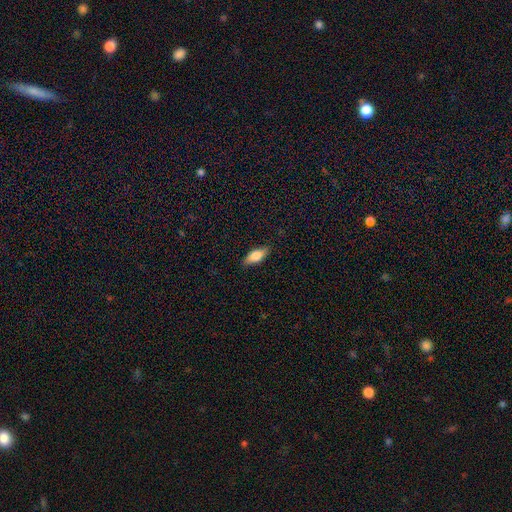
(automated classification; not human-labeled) Overall: smooth (76%). How rounded: in between (77%). Merging: none (85%).